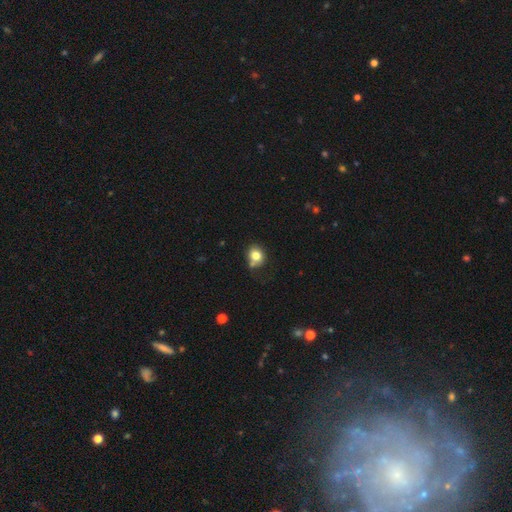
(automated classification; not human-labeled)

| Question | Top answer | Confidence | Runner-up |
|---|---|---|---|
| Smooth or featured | smooth | 80% | star or artifact (11%) |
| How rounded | round | 73% | in between (26%) |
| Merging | none | 61% | minor disturbance (18%) |